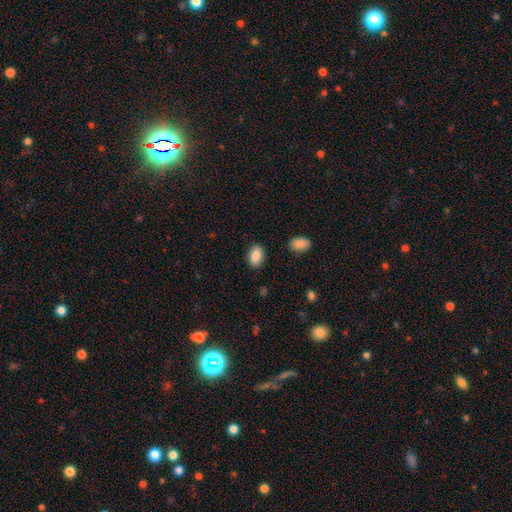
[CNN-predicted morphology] A smooth galaxy with no disk features (88%) that is in between round and cigar-shaped (87%).

Vote fractions:
- Smooth or featured? smooth: 88% / star or artifact: 7% / featured or disk: 5%
- How rounded? in between: 87% / round: 11% / cigar-shaped: 1%
- Merging? none: 87% / minor disturbance: 9% / major disturbance: 2% / merger: 2%